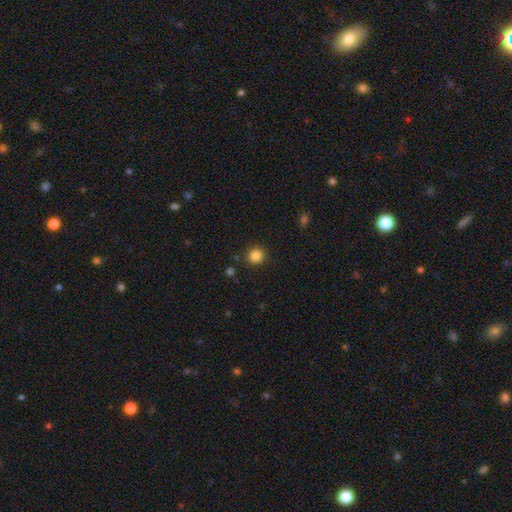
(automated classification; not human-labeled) Smooth or featured?
  - smooth: 84% *
  - star or artifact: 12%
  - featured or disk: 4%
How rounded?
  - round: 93% *
  - in between: 6%
  - cigar-shaped: 1%
Merging?
  - none: 90% *
  - minor disturbance: 6%
  - major disturbance: 2%
  - merger: 2%